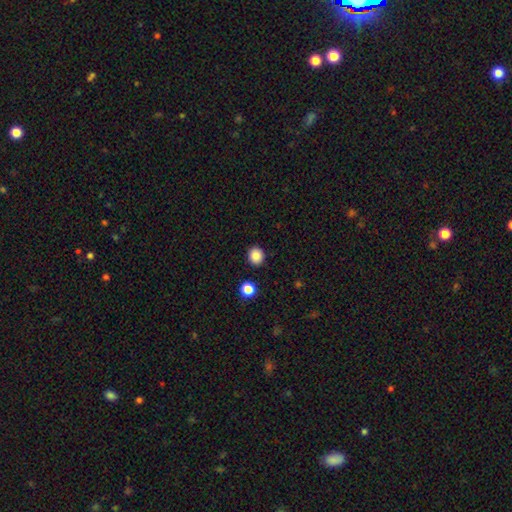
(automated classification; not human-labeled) Smooth or featured? smooth (86%)
How rounded? round (84%)
Merging? none (91%)